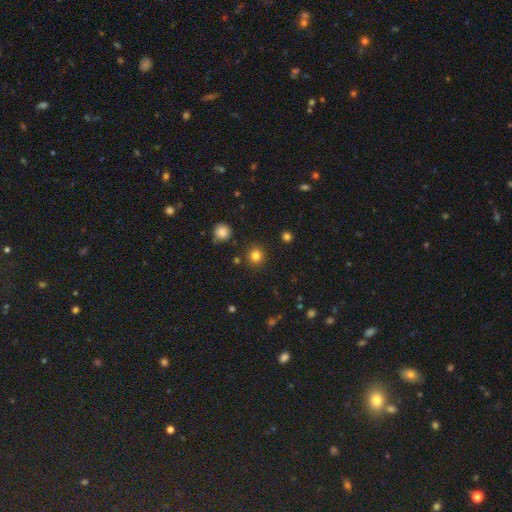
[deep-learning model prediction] smooth_or_featured: smooth (p=0.82) [alt: star or artifact p=0.13]
how_rounded: round (p=0.92) [alt: in between p=0.07]
merging: none (p=0.90) [alt: minor disturbance p=0.06]